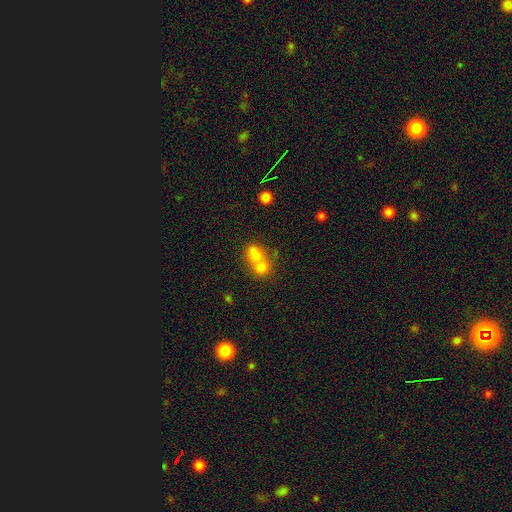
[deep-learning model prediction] This appears to be a smooth galaxy with no disk features (70%) that is round (51%). Merging: merger (68%).